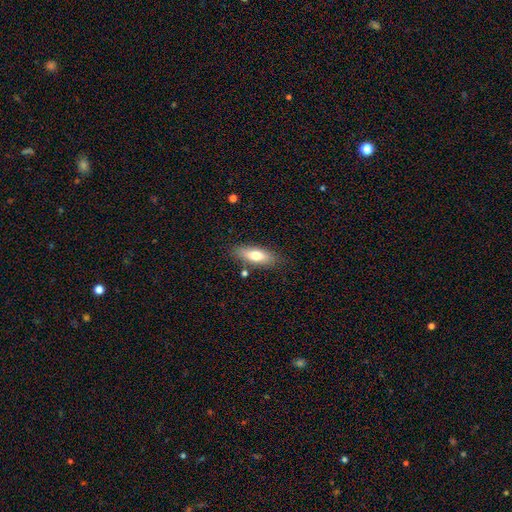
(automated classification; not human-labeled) Morphology: type=smooth (71%); roundness=in between (64%); merging=none (81%).